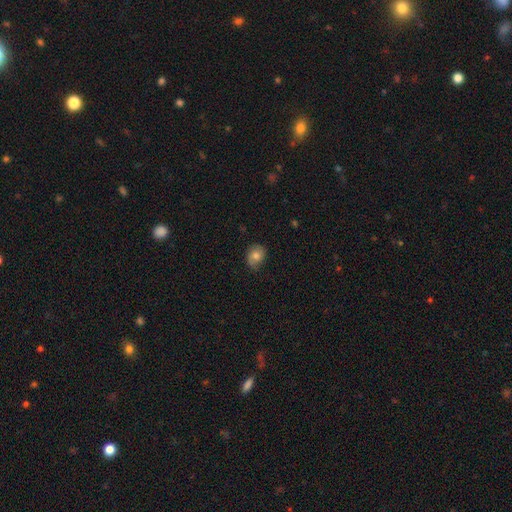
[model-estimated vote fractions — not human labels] Smooth or featured?
  - smooth: 75% *
  - featured or disk: 16%
  - star or artifact: 9%
How rounded?
  - round: 53% *
  - in between: 46%
  - cigar-shaped: 1%
Merging?
  - none: 69% *
  - minor disturbance: 24%
  - major disturbance: 5%
  - merger: 1%